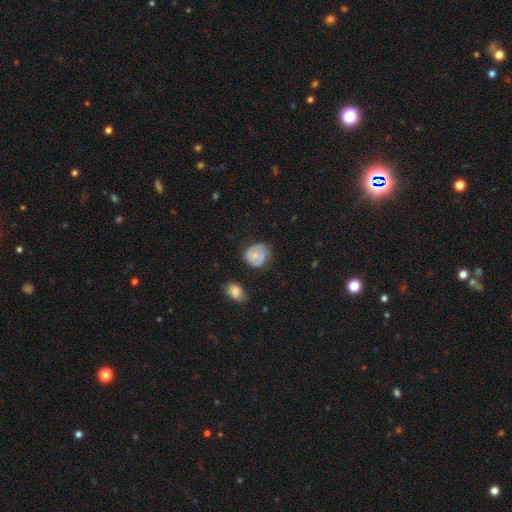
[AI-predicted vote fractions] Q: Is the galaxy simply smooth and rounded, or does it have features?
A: smooth — 56%.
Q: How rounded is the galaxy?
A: round — 73%.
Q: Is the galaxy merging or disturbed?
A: none — 57%.